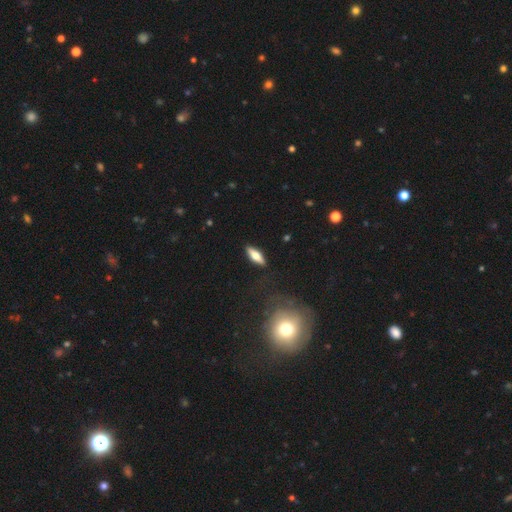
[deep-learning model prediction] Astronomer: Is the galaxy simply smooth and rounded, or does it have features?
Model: smooth — 61%.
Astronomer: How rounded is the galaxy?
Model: in between — 53% (runner-up: cigar-shaped, 44%).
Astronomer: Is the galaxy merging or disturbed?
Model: none — 87%.